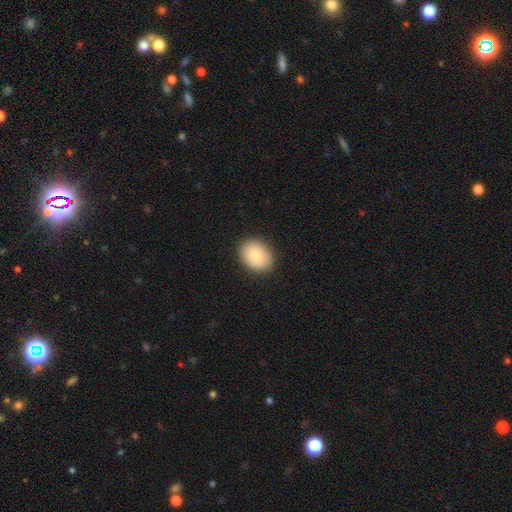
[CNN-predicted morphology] smooth-or-featured: smooth: 85% | featured or disk: 9% | star or artifact: 7%
  how-rounded: in between: 63% | round: 37% | cigar-shaped: 1%
  merging: none: 89% | minor disturbance: 8% | major disturbance: 2% | merger: 1%